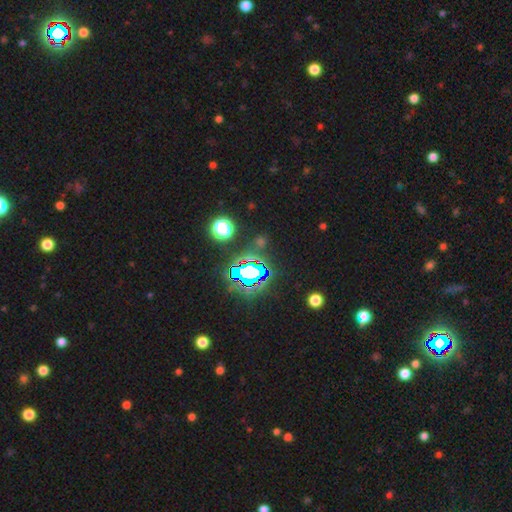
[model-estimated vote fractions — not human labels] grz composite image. It shows a star or artifact, not a galaxy (83%).